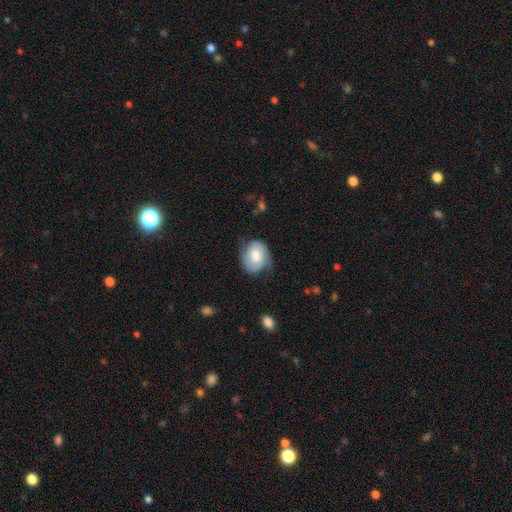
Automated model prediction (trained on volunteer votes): smooth-or-featured: featured or disk: 55% | smooth: 38% | star or artifact: 7%
  disk-edge-on: no: 97% | yes: 3%
    bar: no: 46% | weak: 43% | strong: 11%
    has-spiral-arms: yes: 87% | no: 13%
    bulge-size: moderate: 57% | large: 21% | small: 16% | none: 4% | dominant: 2%
  merging: none: 64% | minor disturbance: 25% | major disturbance: 10% | merger: 1%